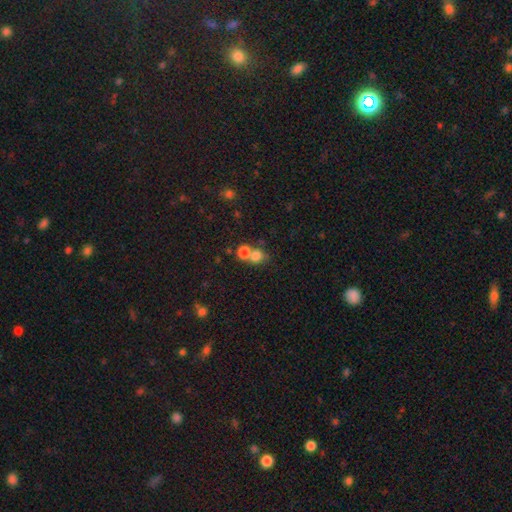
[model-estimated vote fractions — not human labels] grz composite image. It shows a smooth galaxy with no disk features (77%) that is round (73%). Merging: merger (48%).